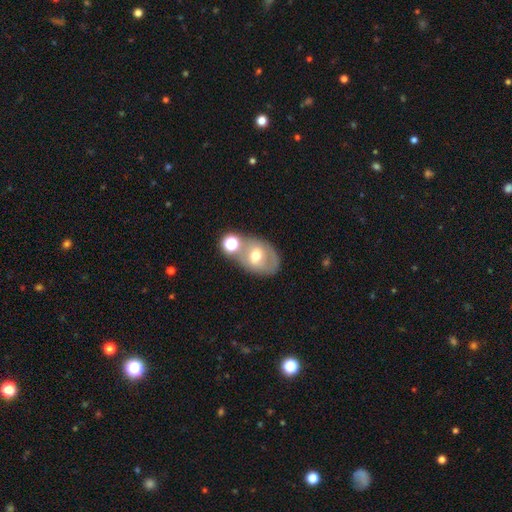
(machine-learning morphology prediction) A smooth galaxy with no disk features (46%).

Vote fractions:
- Smooth or featured? smooth: 46% / featured or disk: 43% / star or artifact: 11%
- Merging? none: 53% / merger: 24% / minor disturbance: 16% / major disturbance: 7%